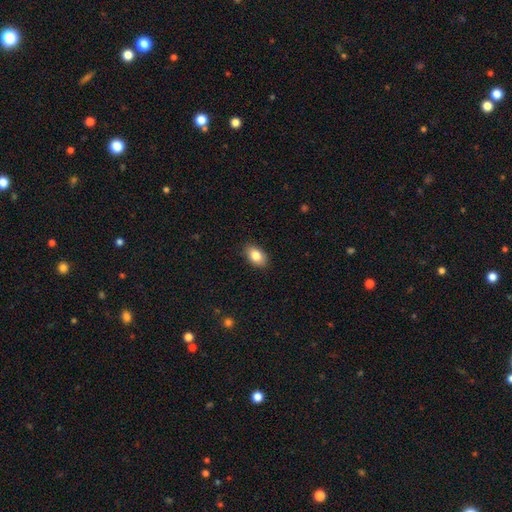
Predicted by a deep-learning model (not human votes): Q: Smooth or featured?
A: smooth (84%); runner-up: featured or disk (9%)
Q: How rounded?
A: in between (90%); runner-up: round (9%)
Q: Merging?
A: none (89%); runner-up: minor disturbance (9%)